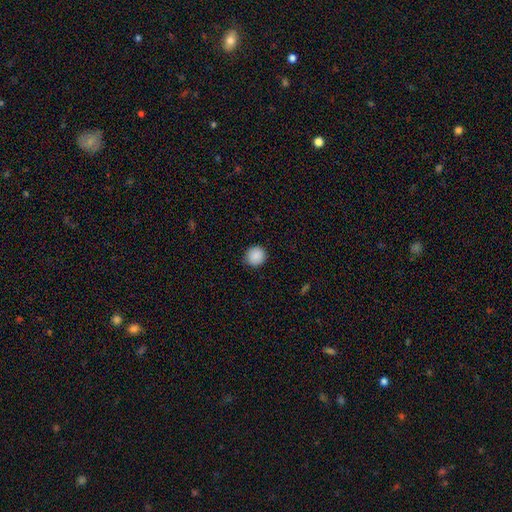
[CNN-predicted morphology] This appears to be a smooth galaxy with no disk features (89%) that is round (92%). Merging: none (90%).